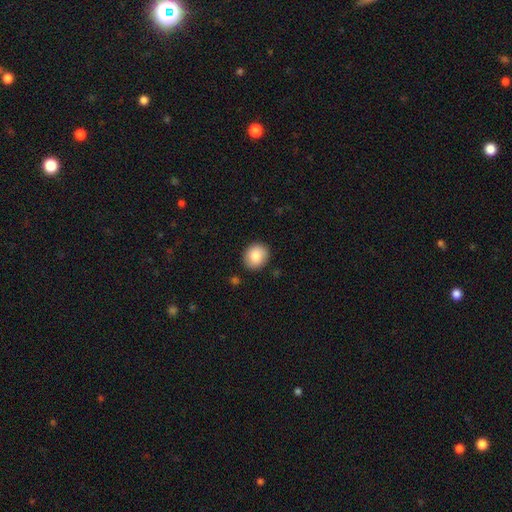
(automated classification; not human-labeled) A smooth galaxy with no disk features (85%) that is round (74%). Merging: none (88%).